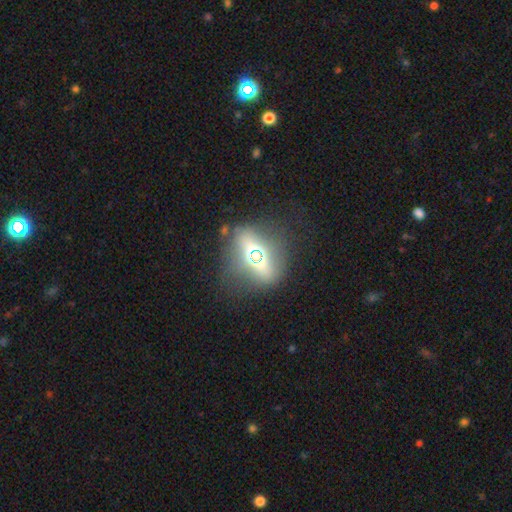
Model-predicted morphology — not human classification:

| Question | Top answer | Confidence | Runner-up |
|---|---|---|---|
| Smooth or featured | featured or disk | 55% | smooth (31%) |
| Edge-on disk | yes | 55% | no (45%) |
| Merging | none | 66% | minor disturbance (15%) |